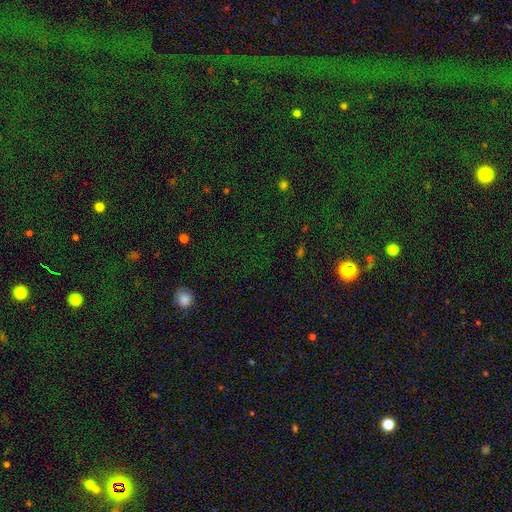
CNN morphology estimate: This is likely a star or artifact rather than a galaxy (69%).